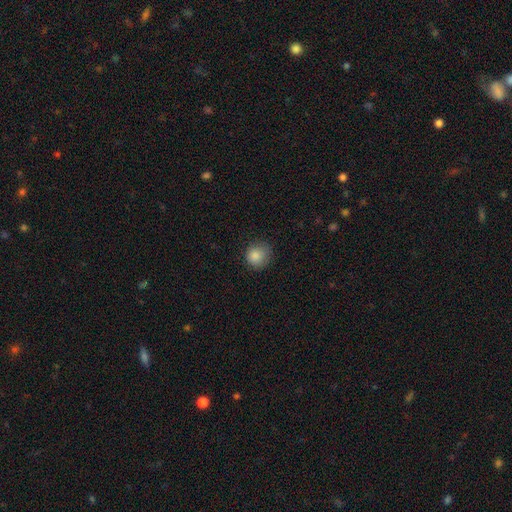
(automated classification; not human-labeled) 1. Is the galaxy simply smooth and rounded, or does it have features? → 86% smooth, 9% star or artifact, 5% featured or disk.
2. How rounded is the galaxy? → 88% round, 11% in between, 1% cigar-shaped.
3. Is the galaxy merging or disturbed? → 76% none, 18% minor disturbance, 4% major disturbance, 1% merger.